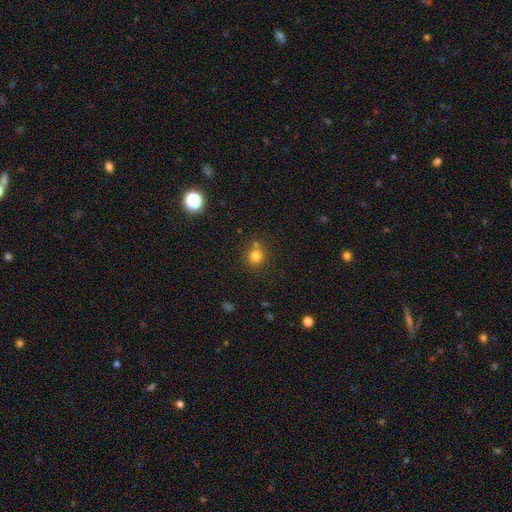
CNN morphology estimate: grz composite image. It shows a smooth galaxy with no disk features (79%) that is round (89%). Merging: none (69%).